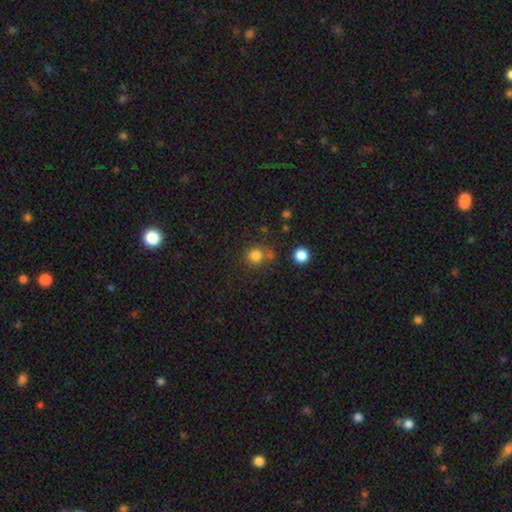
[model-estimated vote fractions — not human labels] The model was most divided on "merging": none: 73%, merger: 14%, minor disturbance: 9%, major disturbance: 4%. More confident: how rounded — round (90%); smooth or featured — smooth (81%).